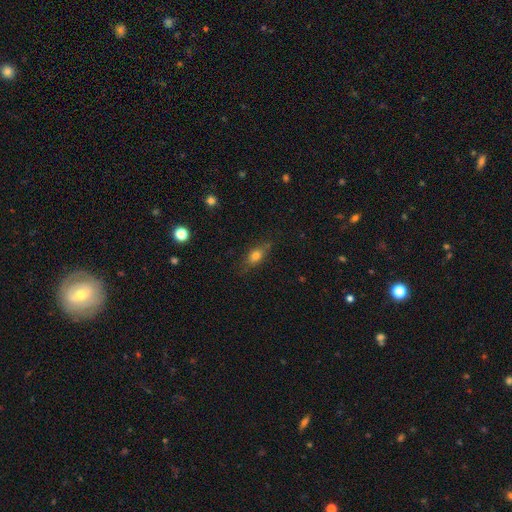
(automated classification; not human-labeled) Smooth or featured? smooth (71%)
How rounded? in between (72%)
Merging? none (74%)